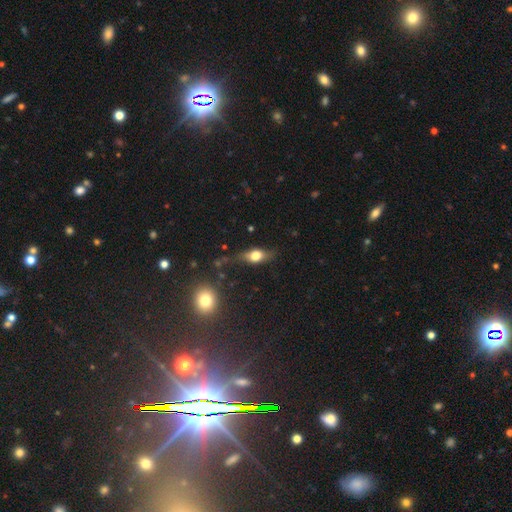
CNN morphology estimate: smooth-or-featured: smooth: 57% | featured or disk: 34% | star or artifact: 9%
  how-rounded: in between: 67% | cigar-shaped: 18% | round: 15%
  merging: none: 65% | minor disturbance: 22% | major disturbance: 9% | merger: 4%